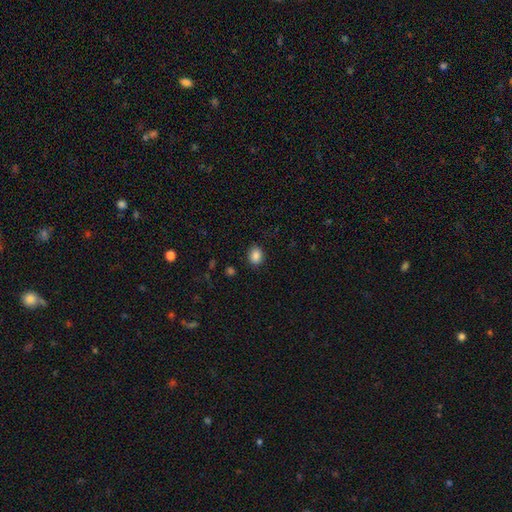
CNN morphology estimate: smooth 87%, star or artifact 9%, featured or disk 4%. Down the decision tree: how rounded — round (50%); merging — none (87%).